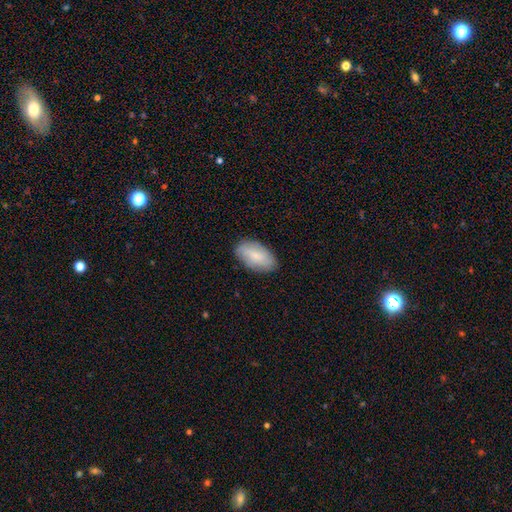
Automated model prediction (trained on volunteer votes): Morphology: type=smooth (74%); roundness=in between (94%); merging=none (84%).